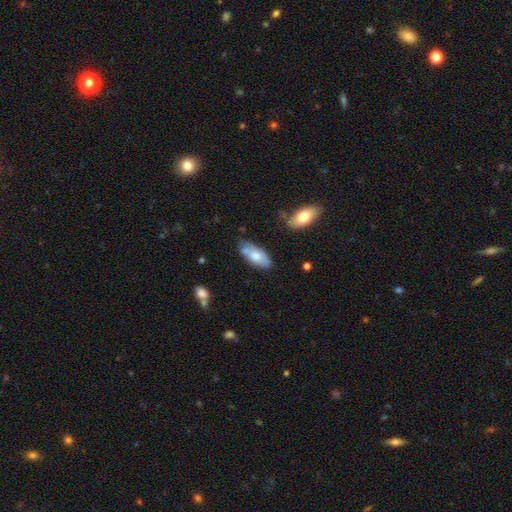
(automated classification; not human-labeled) smooth_or_featured: smooth (p=0.65) [alt: featured or disk p=0.29]
how_rounded: in between (p=0.86) [alt: cigar-shaped p=0.12]
merging: none (p=0.59) [alt: minor disturbance p=0.26]